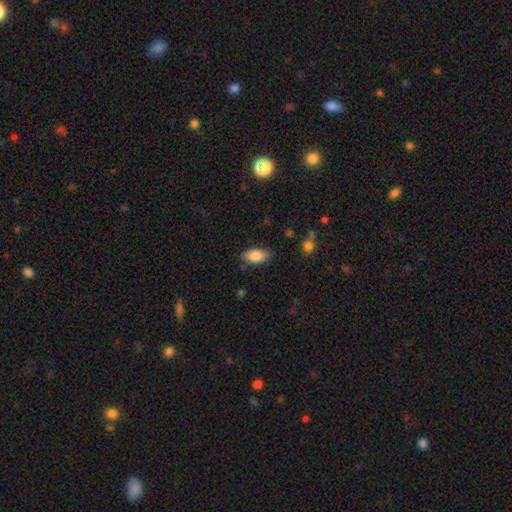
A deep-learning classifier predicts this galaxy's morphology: A smooth galaxy with no disk features (84%) that is in between round and cigar-shaped (92%).

Vote fractions:
- Smooth or featured? smooth: 84% / featured or disk: 10% / star or artifact: 7%
- How rounded? in between: 92% / cigar-shaped: 5% / round: 4%
- Merging? none: 83% / minor disturbance: 12% / major disturbance: 3% / merger: 1%